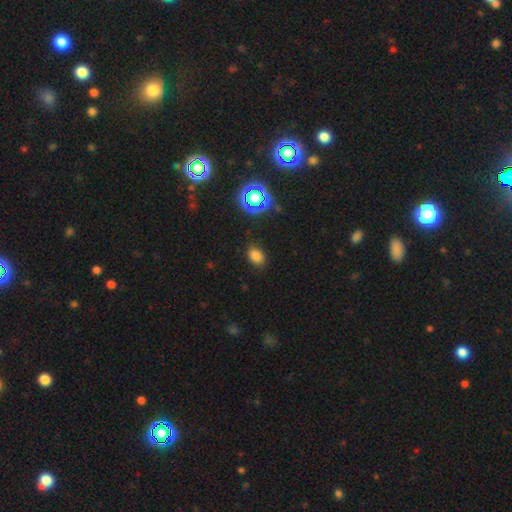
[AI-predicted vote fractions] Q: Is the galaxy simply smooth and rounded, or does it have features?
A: smooth — 77%.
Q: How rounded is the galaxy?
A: in between — 74%.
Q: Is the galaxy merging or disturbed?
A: none — 84%.